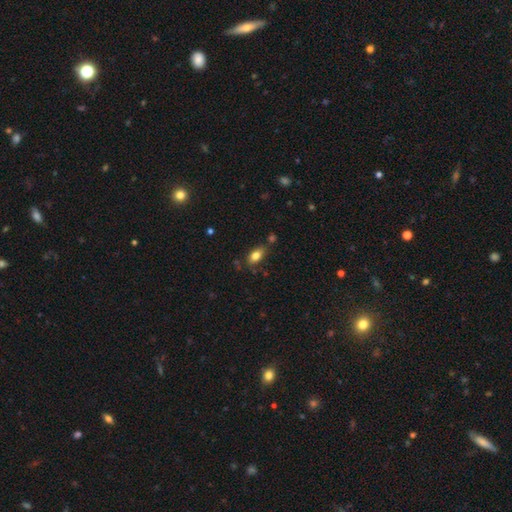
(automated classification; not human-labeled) Q: Smooth or featured?
A: smooth (80%); runner-up: featured or disk (11%)
Q: How rounded?
A: in between (88%); runner-up: round (7%)
Q: Merging?
A: none (74%); runner-up: minor disturbance (16%)